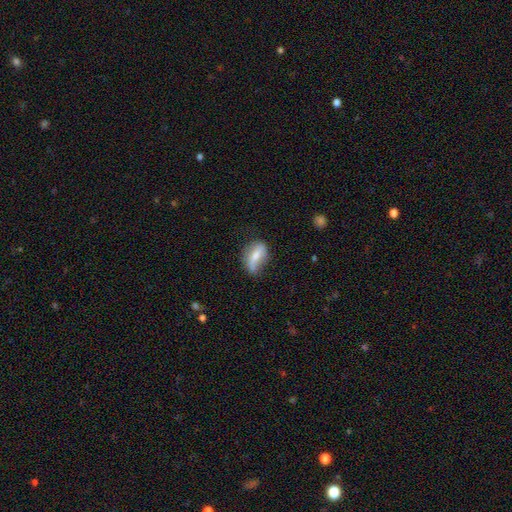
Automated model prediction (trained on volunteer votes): Overall: smooth (52%; featured or disk 40%). How rounded: in between (76%). Merging: none (51%; minor disturbance 33%).